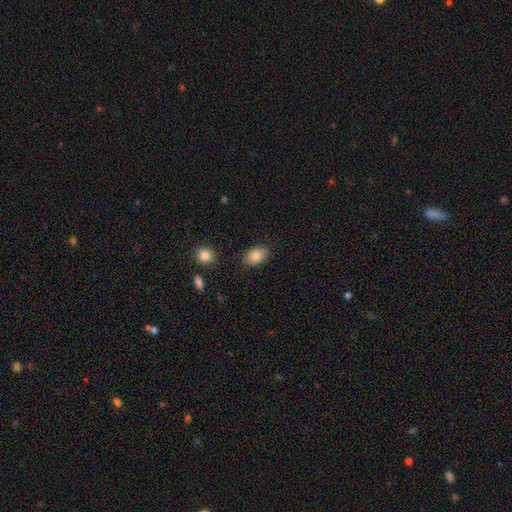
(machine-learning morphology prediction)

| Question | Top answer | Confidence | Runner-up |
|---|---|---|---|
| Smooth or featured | smooth | 84% | featured or disk (8%) |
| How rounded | in between | 84% | round (15%) |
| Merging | none | 84% | minor disturbance (12%) |